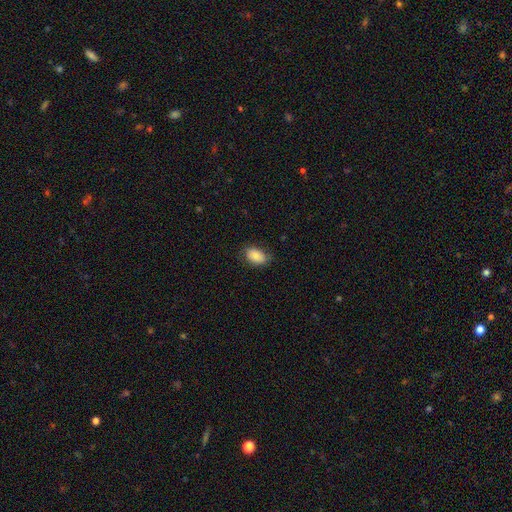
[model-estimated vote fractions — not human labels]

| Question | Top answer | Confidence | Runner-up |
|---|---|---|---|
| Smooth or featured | smooth | 84% | featured or disk (8%) |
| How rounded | in between | 89% | round (10%) |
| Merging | none | 76% | minor disturbance (19%) |